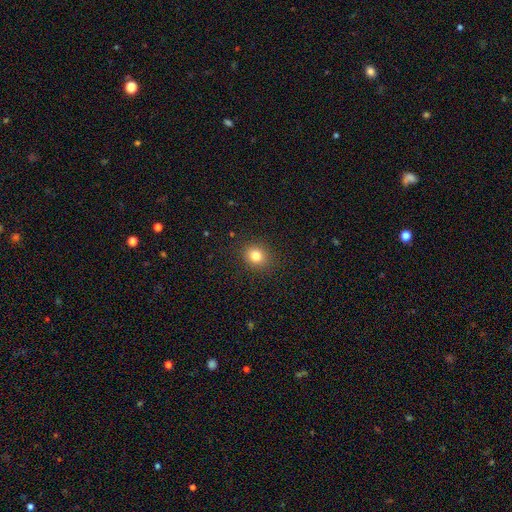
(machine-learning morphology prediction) This is clearly a smooth galaxy (81%). How rounded: likely round (77%). Merging: clearly none (89%).